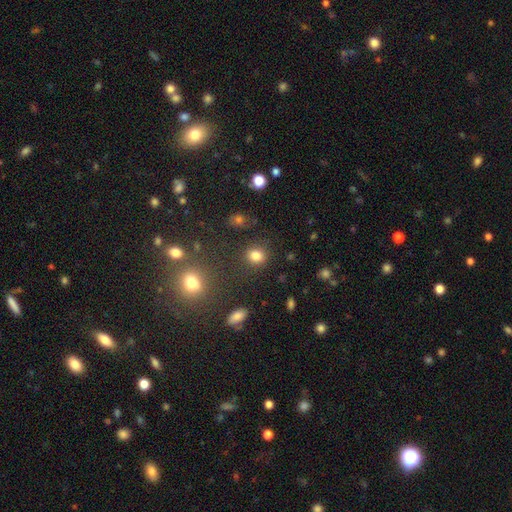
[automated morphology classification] The model was most divided on "how rounded": round: 69%, in between: 30%, cigar-shaped: 1%. More confident: merging — none (83%); smooth or featured — smooth (82%).